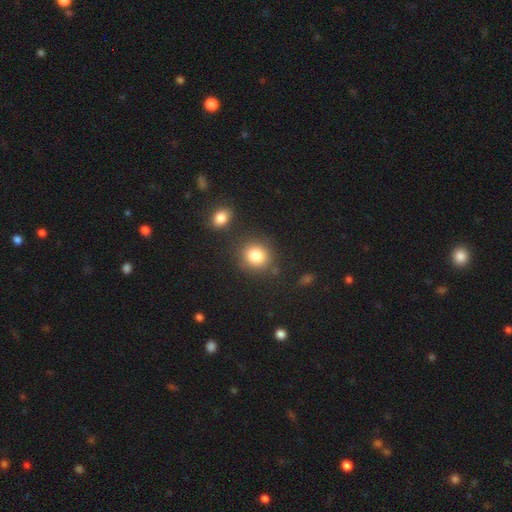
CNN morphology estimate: Smooth or featured: smooth — 83% (star or artifact — 10%)
How rounded: round — 83% (in between — 16%)
Merging: none — 80% (minor disturbance — 9%)